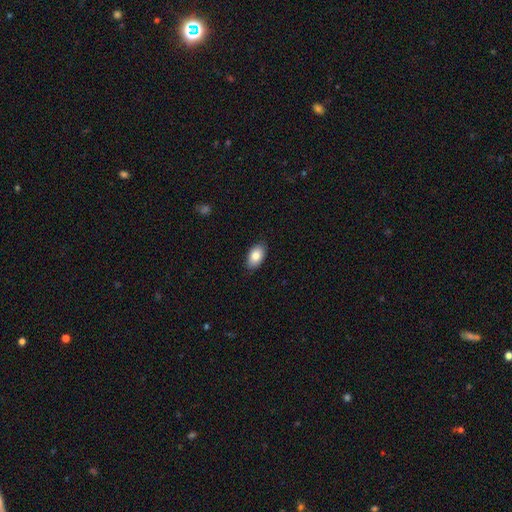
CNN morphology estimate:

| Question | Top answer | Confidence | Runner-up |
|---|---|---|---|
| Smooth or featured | smooth | 83% | featured or disk (10%) |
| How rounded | in between | 92% | round (6%) |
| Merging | none | 86% | minor disturbance (11%) |